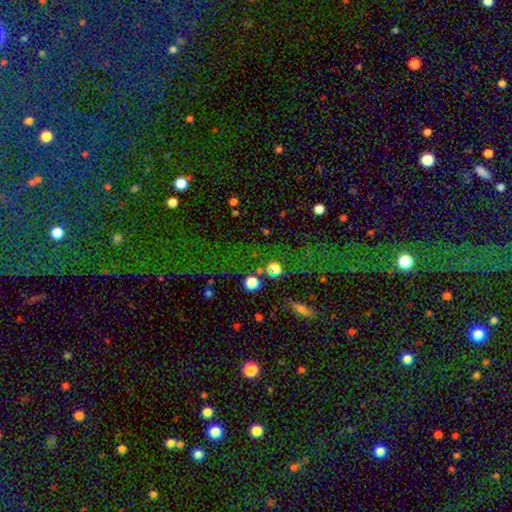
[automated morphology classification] This appears to be a star or artifact, not a galaxy (75%).